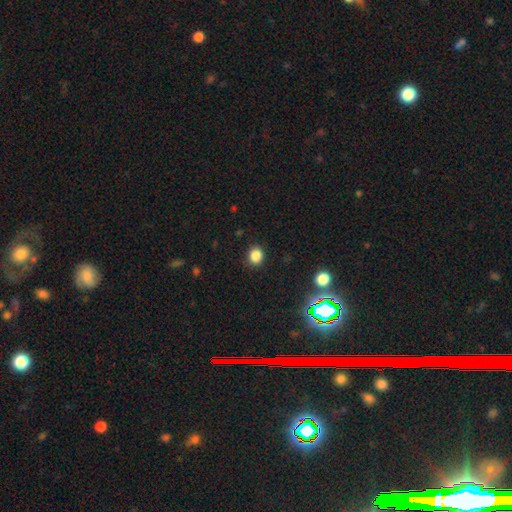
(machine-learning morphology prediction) The model was most divided on "how rounded": round: 78%, in between: 21%, cigar-shaped: 1%. More confident: merging — none (89%); smooth or featured — smooth (84%).